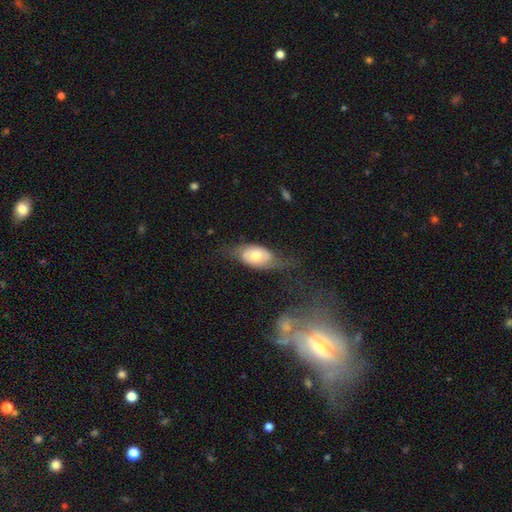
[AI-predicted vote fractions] Smooth or featured? Predicted: smooth (p=0.47, tied with featured or disk). Merging? Predicted: none (p=0.46).